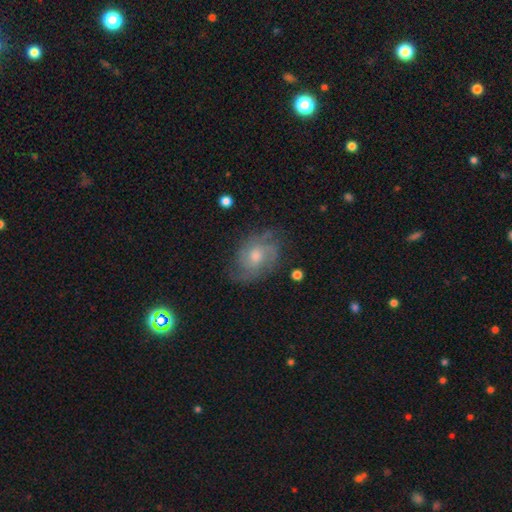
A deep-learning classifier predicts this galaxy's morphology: featured or disk 75%, smooth 16%, star or artifact 9%. Down the decision tree: edge-on disk — no (97%); bar — no (70%); spiral arms — yes (92%); spiral arm count — 2 (30%, tied with can't tell); spiral winding — tight (44%); bulge size — moderate (62%); merging — none (72%).